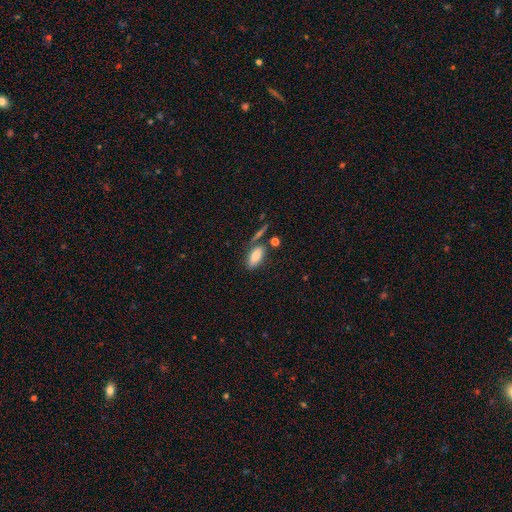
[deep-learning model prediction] This appears to be a smooth galaxy with no disk features (79%) that is in between round and cigar-shaped (82%). Merging: none (62%).